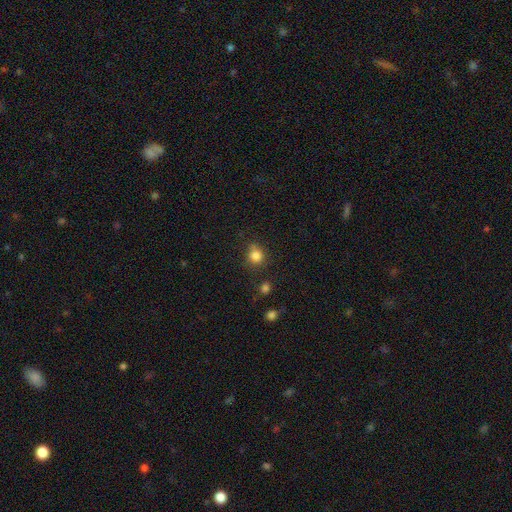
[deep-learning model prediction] This appears to be a smooth galaxy with no disk features (83%) that is round (84%). Merging: none (72%).